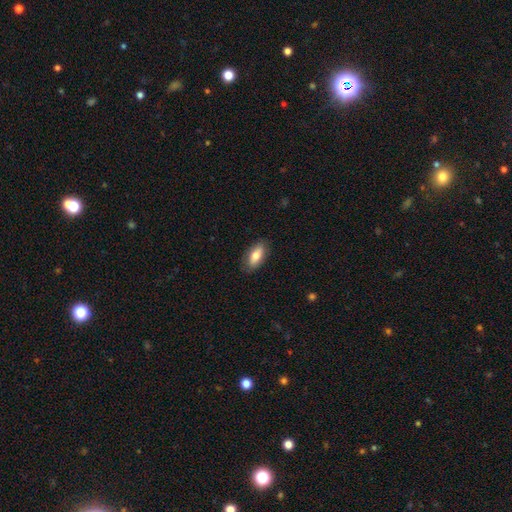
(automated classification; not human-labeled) This appears to be a smooth galaxy with no disk features (75%) that is in between round and cigar-shaped (86%). Merging: none (85%).